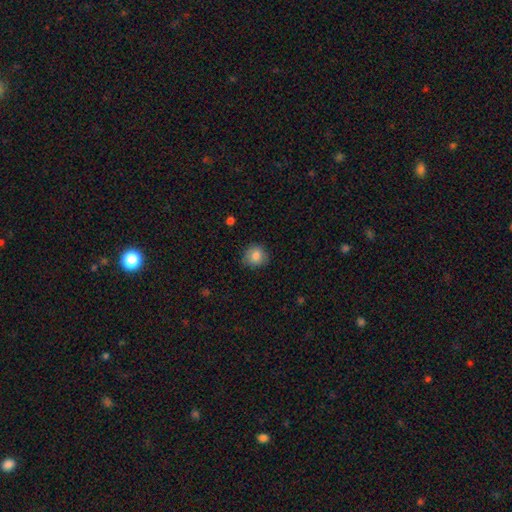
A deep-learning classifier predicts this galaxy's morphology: smooth_or_featured: smooth (p=0.83) [alt: star or artifact p=0.09]
how_rounded: round (p=0.82) [alt: in between p=0.17]
merging: none (p=0.78) [alt: minor disturbance p=0.17]